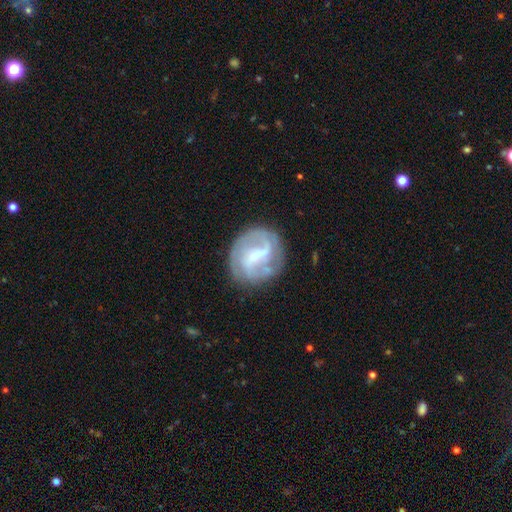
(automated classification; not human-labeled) A featured or disk galaxy (73%) with a weak bar (44%), 2 (55%) tight (38%, tied with medium) spiral arms (79%) and a small central bulge (40%).

Vote fractions:
- Smooth or featured? featured or disk: 73% / smooth: 20% / star or artifact: 7%
- Edge-on disk? no: 97% / yes: 3%
- Bar? weak: 44% / strong: 41% / no: 15%
- Spiral arms? yes: 79% / no: 21%
- Spiral winding? tight: 38% (tied) / medium: 38% (tied) / loose: 25%
- Spiral arm count? 2: 55% / can't tell: 25% / 1: 8% / 3: 8% / 4: 2% / more than 4: 2%
- Bulge size? small: 40% / moderate: 30% / none: 23% / large: 6% / dominant: 1%
- Merging? none: 67% / minor disturbance: 19% / major disturbance: 11% / merger: 3%